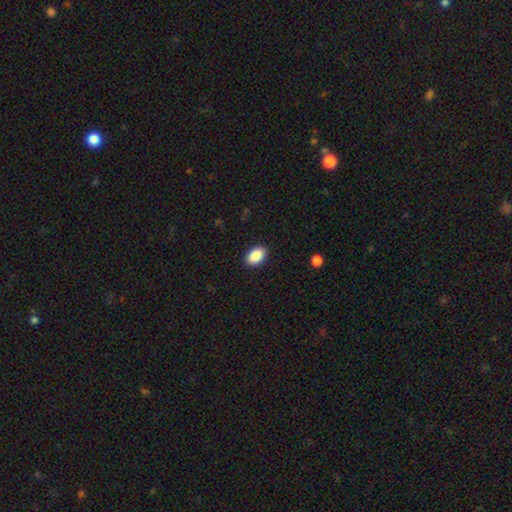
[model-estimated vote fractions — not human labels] Q: Smooth or featured?
A: smooth (89%); runner-up: star or artifact (7%)
Q: How rounded?
A: in between (88%); runner-up: round (10%)
Q: Merging?
A: none (90%); runner-up: minor disturbance (8%)